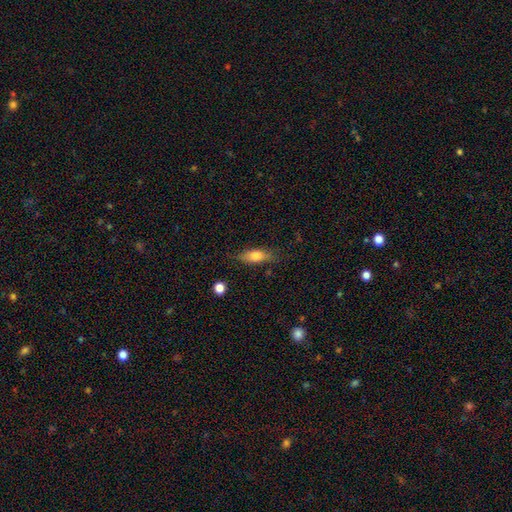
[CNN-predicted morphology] This is likely a smooth galaxy (69%). How rounded: likely in between (65%). Merging: likely none (75%).